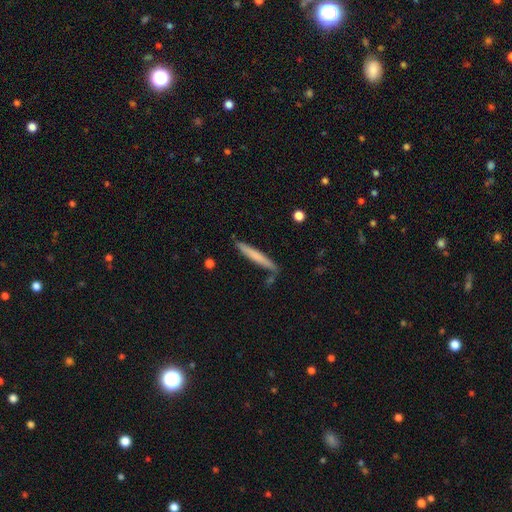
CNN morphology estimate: type=smooth (68%); roundness=cigar-shaped (95%); merging=none (81%).